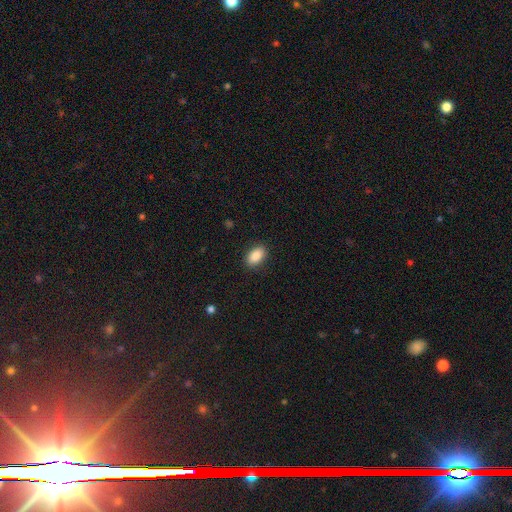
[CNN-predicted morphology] This is clearly a smooth galaxy (89%). How rounded: clearly in between (91%). Merging: clearly none (89%).